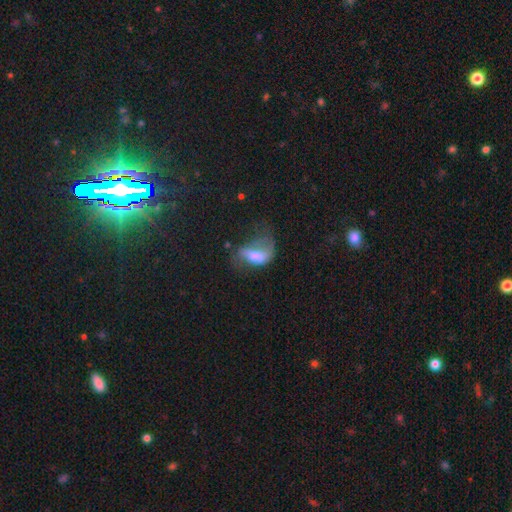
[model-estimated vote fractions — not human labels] The model was most divided on "smooth or featured": smooth: 47%, featured or disk: 43%, star or artifact: 10%. More confident: merging — major disturbance (51%).